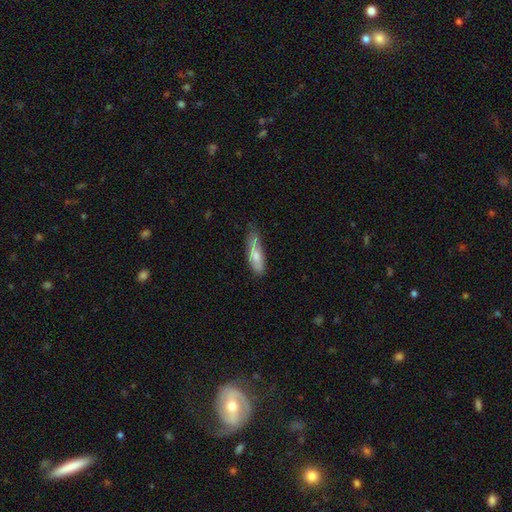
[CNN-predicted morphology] This appears to be a smooth galaxy with no disk features (65%) that is in between round and cigar-shaped (53%). Merging: none (46%).